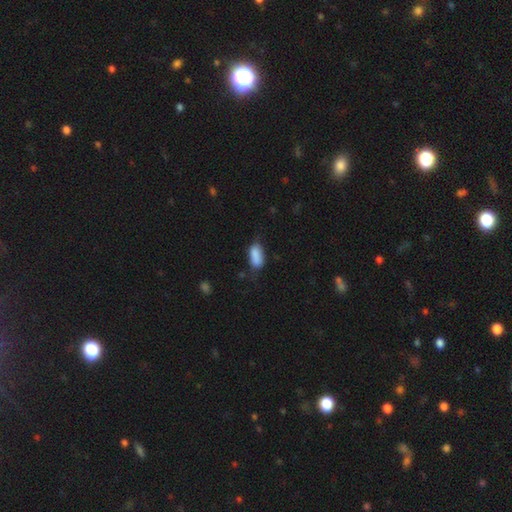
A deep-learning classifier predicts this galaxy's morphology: smooth_or_featured: smooth (p=0.85) [alt: star or artifact p=0.08]
how_rounded: in between (p=0.87) [alt: cigar-shaped p=0.09]
merging: none (p=0.57) [alt: minor disturbance p=0.31]